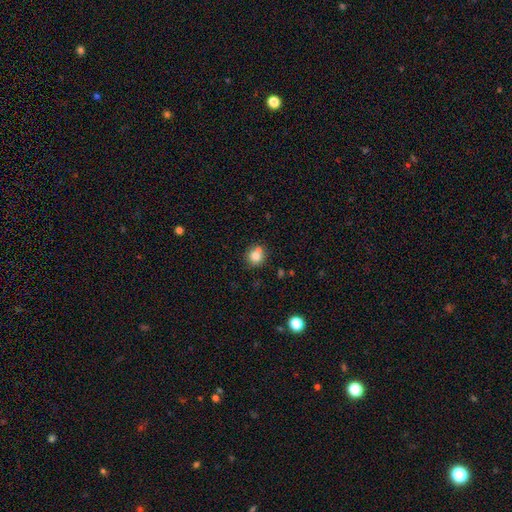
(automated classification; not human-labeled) Q: Smooth or featured?
A: smooth (79%); runner-up: star or artifact (11%)
Q: How rounded?
A: round (87%); runner-up: in between (12%)
Q: Merging?
A: none (62%); runner-up: merger (23%)